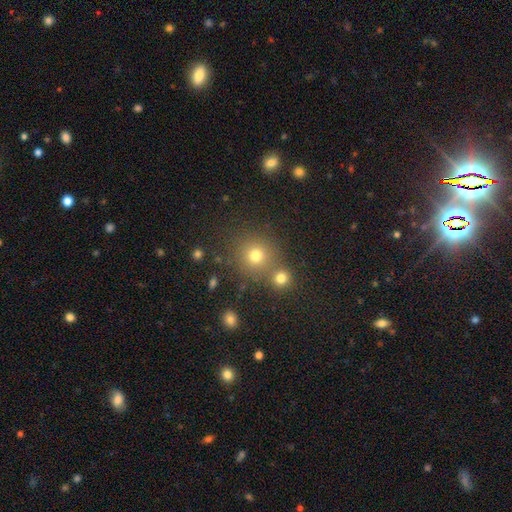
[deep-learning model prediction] Morphology: type=smooth (75%); roundness=round (89%); merging=none (70%).